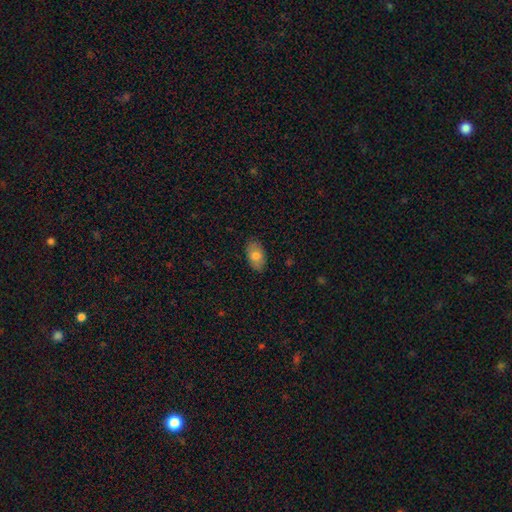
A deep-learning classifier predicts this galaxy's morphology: smooth 78%, featured or disk 15%, star or artifact 7%. Down the decision tree: how rounded — in between (93%); merging — none (87%).